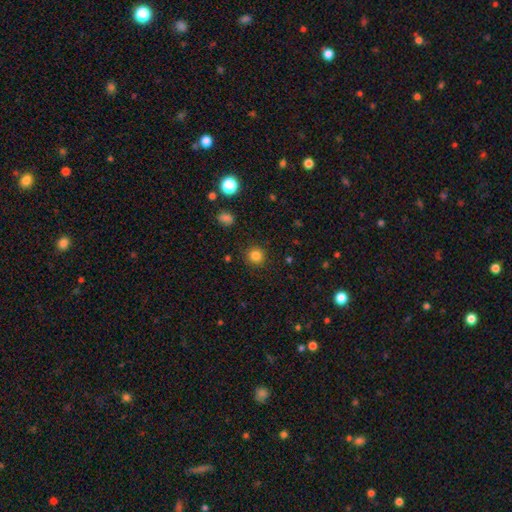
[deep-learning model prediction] Smooth or featured?
  - smooth: 83% *
  - star or artifact: 13%
  - featured or disk: 4%
How rounded?
  - round: 92% *
  - in between: 7%
  - cigar-shaped: 1%
Merging?
  - none: 89% *
  - minor disturbance: 7%
  - major disturbance: 3%
  - merger: 1%